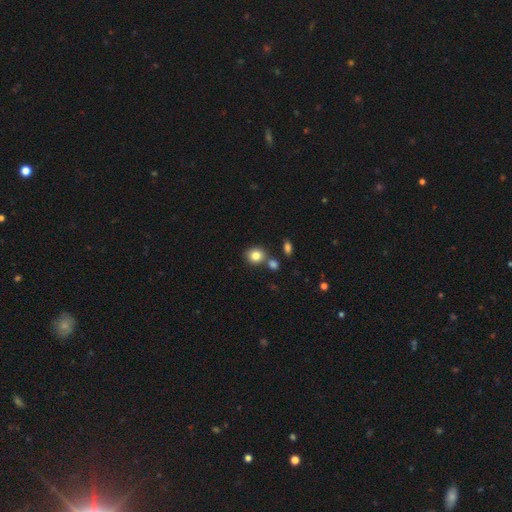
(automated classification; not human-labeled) Smooth or featured: smooth — 83% (star or artifact — 10%)
How rounded: round — 77% (in between — 22%)
Merging: none — 71% (merger — 15%)